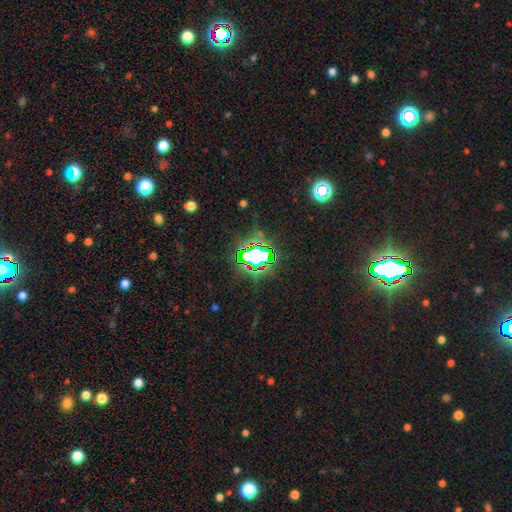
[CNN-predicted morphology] smooth-or-featured: star or artifact: 73% | smooth: 16% | featured or disk: 11%